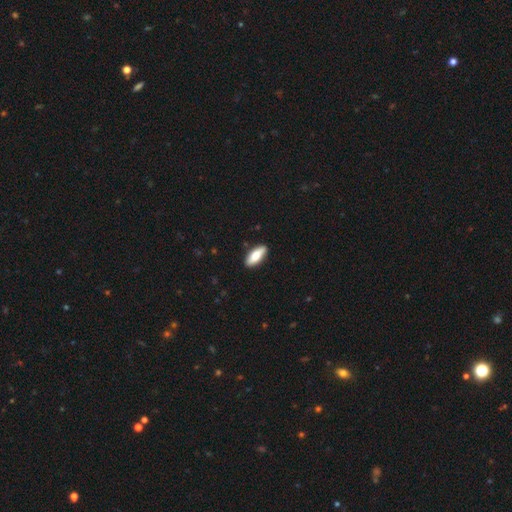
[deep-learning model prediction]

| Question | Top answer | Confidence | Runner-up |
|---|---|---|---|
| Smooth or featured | smooth | 72% | featured or disk (22%) |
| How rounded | in between | 73% | cigar-shaped (25%) |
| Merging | none | 88% | minor disturbance (9%) |